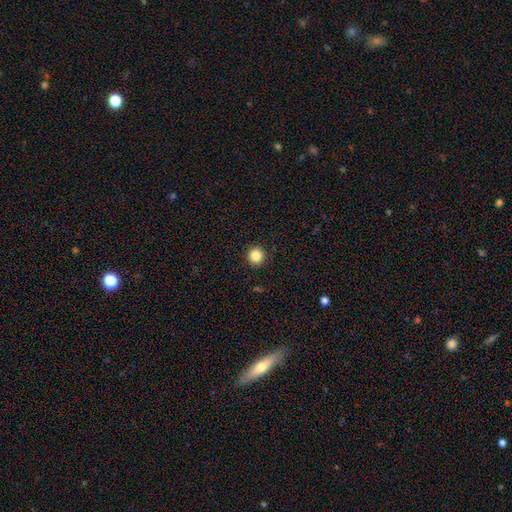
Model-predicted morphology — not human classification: The model was most divided on "smooth or featured": smooth: 85%, star or artifact: 11%, featured or disk: 4%. More confident: how rounded — round (95%); merging — none (93%).